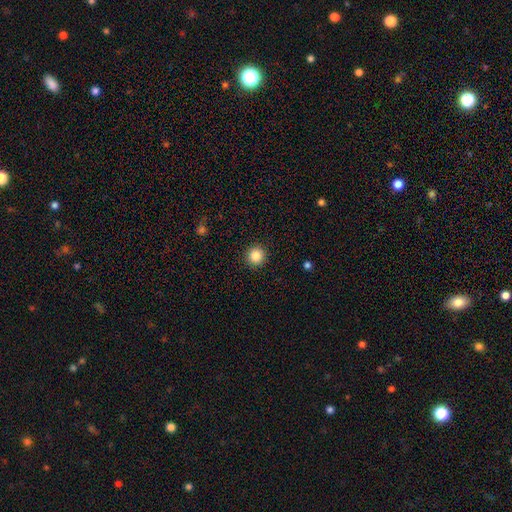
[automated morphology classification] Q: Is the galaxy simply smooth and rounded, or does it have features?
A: smooth — 86%.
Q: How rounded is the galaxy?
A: round — 94%.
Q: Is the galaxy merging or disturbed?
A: none — 92%.